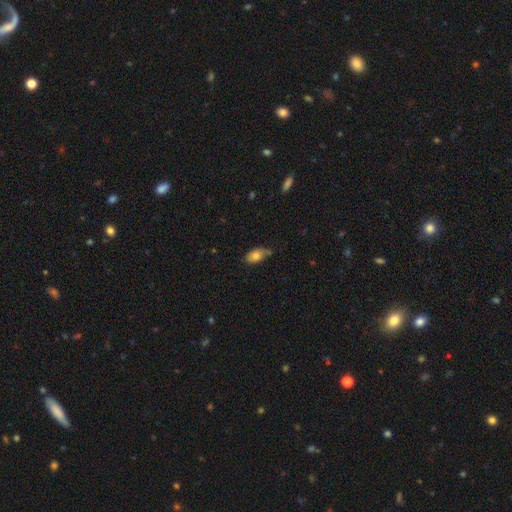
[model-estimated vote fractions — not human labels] Smooth or featured: smooth — 78% (featured or disk — 14%)
How rounded: in between — 91% (round — 6%)
Merging: none — 57% (minor disturbance — 33%)